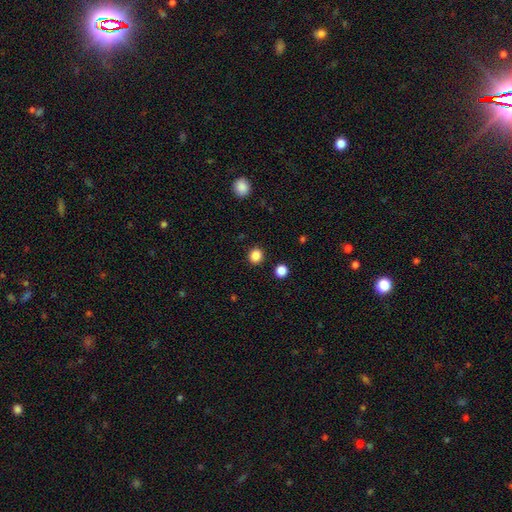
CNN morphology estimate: smooth_or_featured: smooth (p=0.86) [alt: star or artifact p=0.11]
how_rounded: round (p=0.86) [alt: in between p=0.13]
merging: none (p=0.90) [alt: minor disturbance p=0.06]